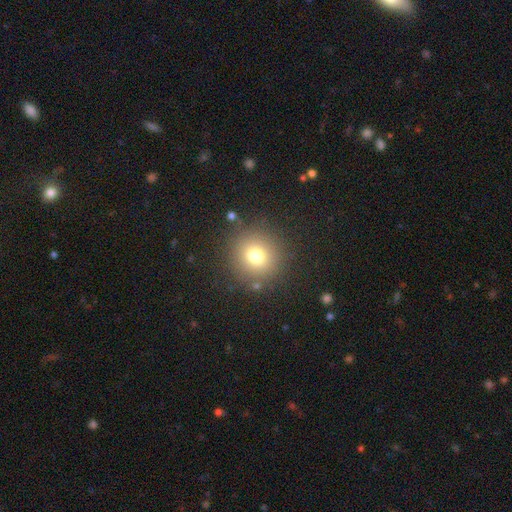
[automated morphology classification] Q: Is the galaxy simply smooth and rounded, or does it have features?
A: smooth — 74%.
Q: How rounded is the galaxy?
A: round — 94%.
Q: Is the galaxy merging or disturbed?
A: none — 86%.